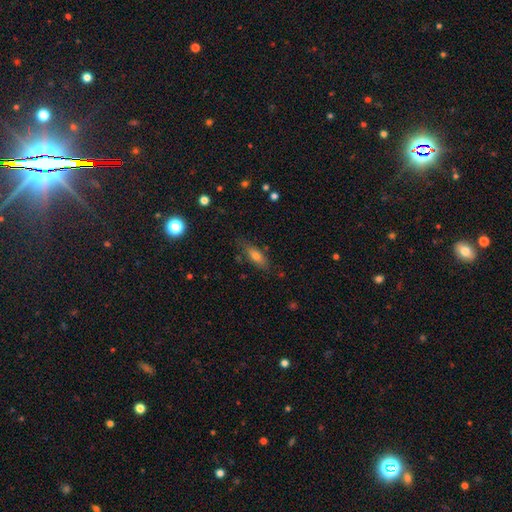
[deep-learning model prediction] The model was most divided on "how rounded": in between: 53%, cigar-shaped: 41%, round: 6%. More confident: merging — none (79%); smooth or featured — smooth (54%).